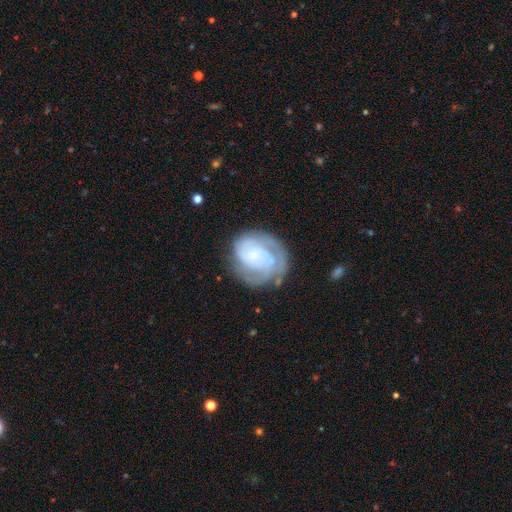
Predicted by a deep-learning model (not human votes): Overall: featured or disk (77%). Edge-on disk: no (98%). Bar: no (68%). Spiral arms: yes (91%). Spiral arm count: 2 (34%; can't tell 30%). Spiral winding: tight (60%; medium 31%). Bulge size: small (66%). Merging: none (63%).